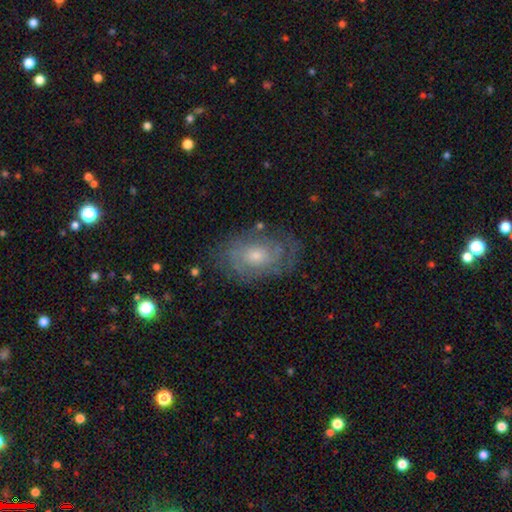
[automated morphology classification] A featured or disk galaxy (62%) with no bar (78%), spiral arms (73%) and a small central bulge (50%).

Vote fractions:
- Smooth or featured? featured or disk: 62% / smooth: 31% / star or artifact: 7%
- Edge-on disk? no: 95% / yes: 5%
- Bar? no: 78% / weak: 20% / strong: 3%
- Spiral arms? yes: 73% / no: 27%
- Bulge size? small: 50% / moderate: 43% / large: 4% / none: 3% / dominant: 1%
- Merging? none: 66% / minor disturbance: 21% / major disturbance: 11% / merger: 2%